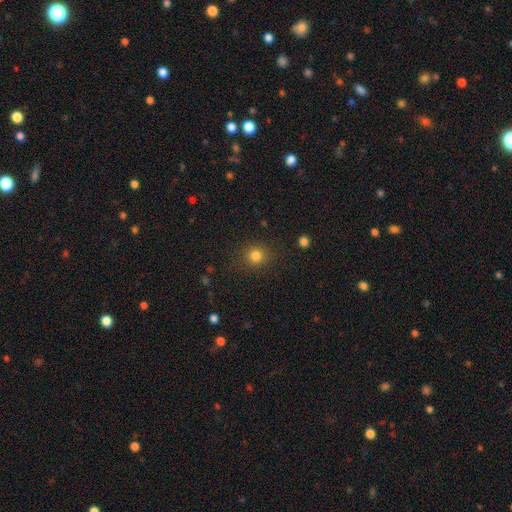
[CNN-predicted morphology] smooth-or-featured: smooth: 82% | star or artifact: 13% | featured or disk: 5%
  how-rounded: round: 88% | in between: 11% | cigar-shaped: 1%
  merging: none: 86% | minor disturbance: 8% | major disturbance: 4% | merger: 2%